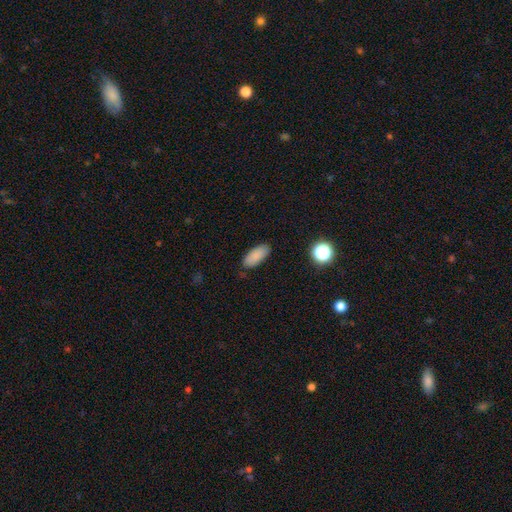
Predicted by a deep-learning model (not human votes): Overall: smooth (87%). How rounded: in between (86%). Merging: none (86%).